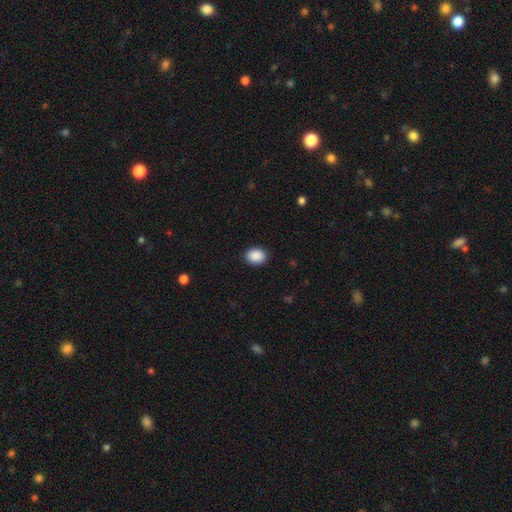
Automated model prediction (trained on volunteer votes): smooth_or_featured: smooth (p=0.90) [alt: star or artifact p=0.08]
how_rounded: in between (p=0.62) [alt: round p=0.37]
merging: none (p=0.89) [alt: minor disturbance p=0.08]